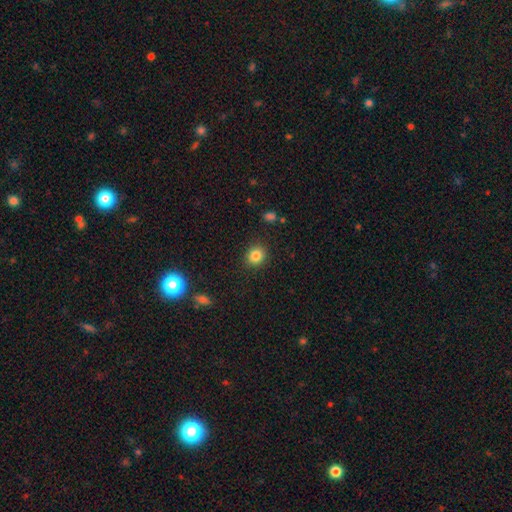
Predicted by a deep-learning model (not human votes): Smooth or featured: smooth — 84% (star or artifact — 11%)
How rounded: round — 78% (in between — 21%)
Merging: none — 89% (minor disturbance — 7%)